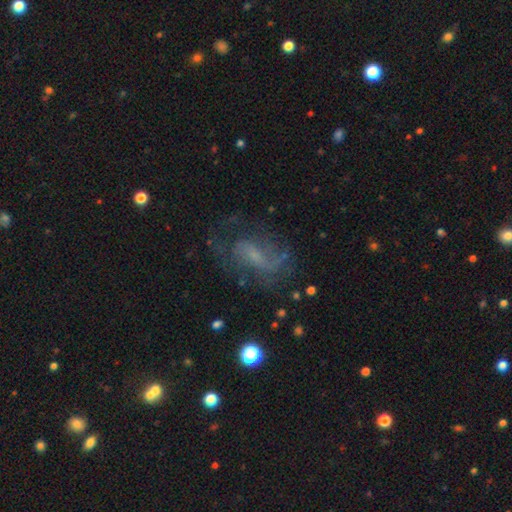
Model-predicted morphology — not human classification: Smooth or featured: featured or disk — 65% (smooth — 23%)
Edge-on disk: no — 95% (yes — 5%)
Bar: no — 44% (weak — 43%)
Spiral arms: yes — 77% (no — 23%)
Bulge size: small — 50% (none — 26%)
Merging: none — 53% (major disturbance — 24%)